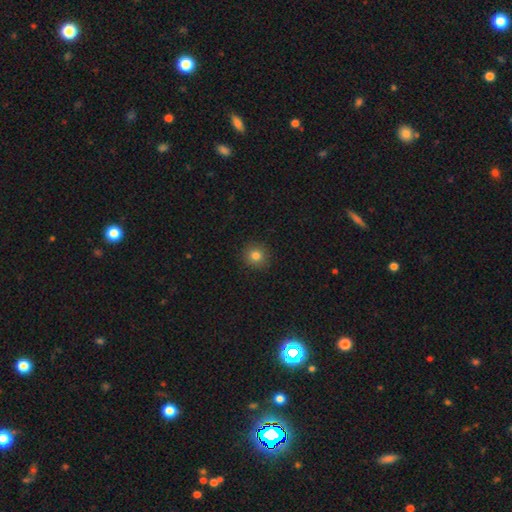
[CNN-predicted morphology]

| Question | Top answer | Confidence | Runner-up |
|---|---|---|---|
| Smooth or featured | smooth | 81% | star or artifact (13%) |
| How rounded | round | 93% | in between (6%) |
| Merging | none | 92% | minor disturbance (5%) |